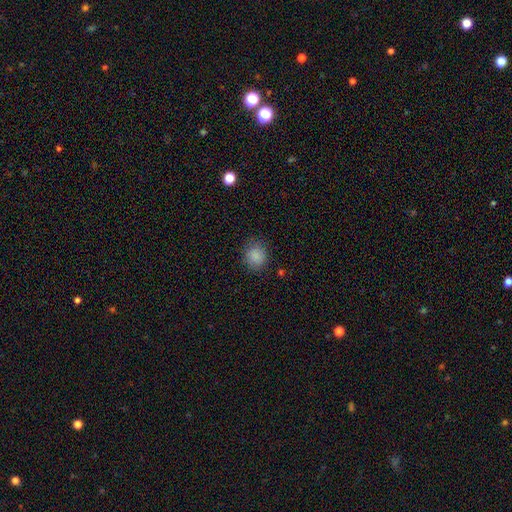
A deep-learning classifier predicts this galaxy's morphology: Smooth or featured: smooth — 87% (star or artifact — 10%)
How rounded: round — 80% (in between — 19%)
Merging: none — 83% (minor disturbance — 12%)